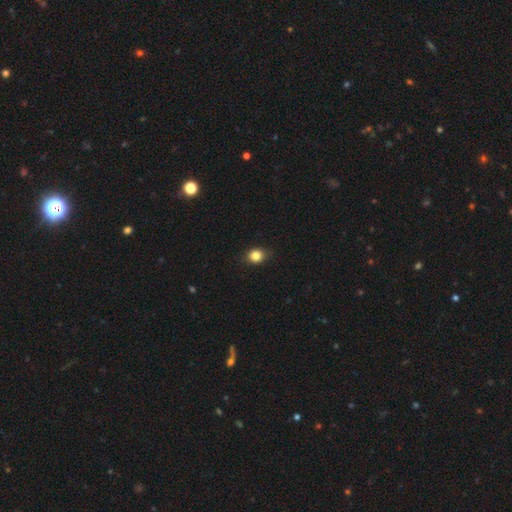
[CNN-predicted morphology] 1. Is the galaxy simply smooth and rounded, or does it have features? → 83% smooth, 11% star or artifact, 6% featured or disk.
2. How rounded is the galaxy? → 66% round, 33% in between, 1% cigar-shaped.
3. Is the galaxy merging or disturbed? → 85% none, 12% minor disturbance, 2% major disturbance, 1% merger.